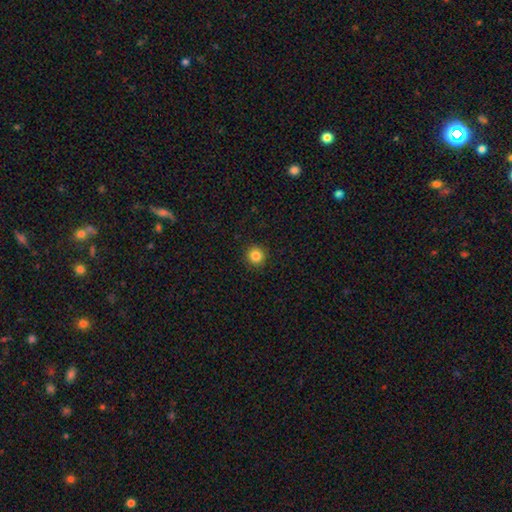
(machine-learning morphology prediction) Overall: smooth (84%). How rounded: round (95%). Merging: none (92%).